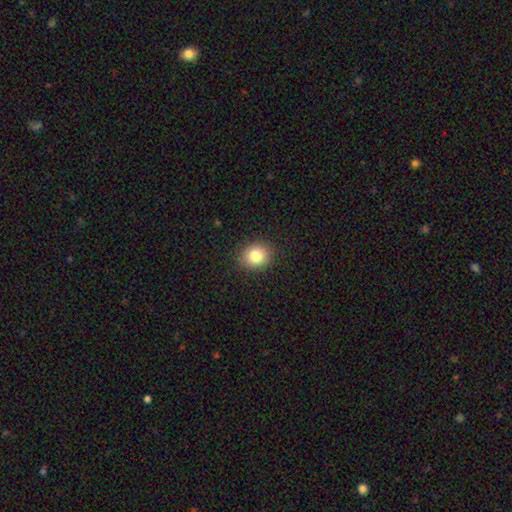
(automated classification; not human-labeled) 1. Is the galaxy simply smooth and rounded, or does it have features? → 82% smooth, 10% star or artifact, 7% featured or disk.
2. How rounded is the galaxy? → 67% round, 32% in between, 1% cigar-shaped.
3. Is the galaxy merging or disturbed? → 90% none, 7% minor disturbance, 2% major disturbance, 1% merger.